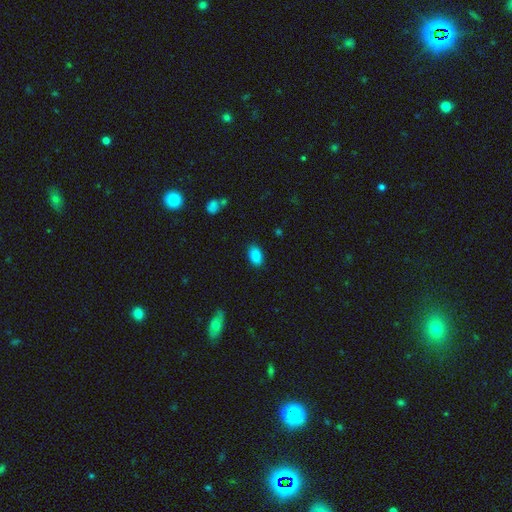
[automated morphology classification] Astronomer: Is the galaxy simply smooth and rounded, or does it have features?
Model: smooth — 86%.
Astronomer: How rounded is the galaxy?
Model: in between — 89%.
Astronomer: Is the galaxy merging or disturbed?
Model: none — 87%.